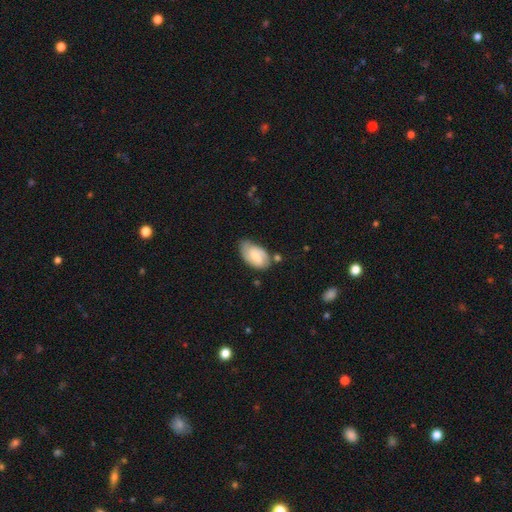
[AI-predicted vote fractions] Morphology: type=featured or disk (55%); edge-on=no (96%); bar=weak (50%); spiral arms=yes (90%); bulge=small (39%); merging=none (62%).